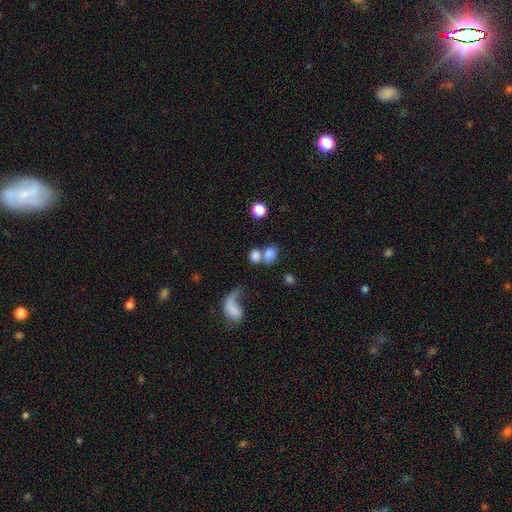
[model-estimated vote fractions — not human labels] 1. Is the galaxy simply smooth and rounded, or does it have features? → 76% smooth, 13% featured or disk, 11% star or artifact.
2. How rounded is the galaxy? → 55% round, 43% in between, 2% cigar-shaped.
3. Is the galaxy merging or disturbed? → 45% merger, 34% none, 11% major disturbance, 10% minor disturbance.